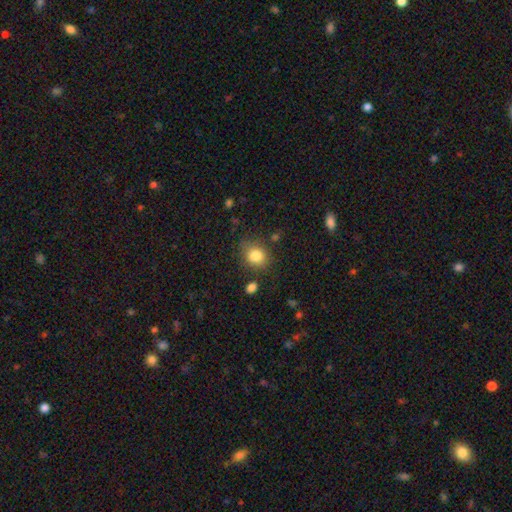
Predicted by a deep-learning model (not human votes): smooth_or_featured: smooth (p=0.84) [alt: star or artifact p=0.10]
how_rounded: round (p=0.61) [alt: in between p=0.38]
merging: none (p=0.71) [alt: minor disturbance p=0.18]